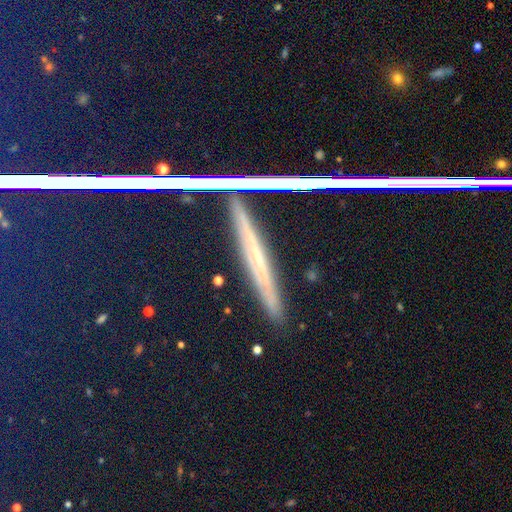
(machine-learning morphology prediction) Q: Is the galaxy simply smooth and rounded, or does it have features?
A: star or artifact — 44%.